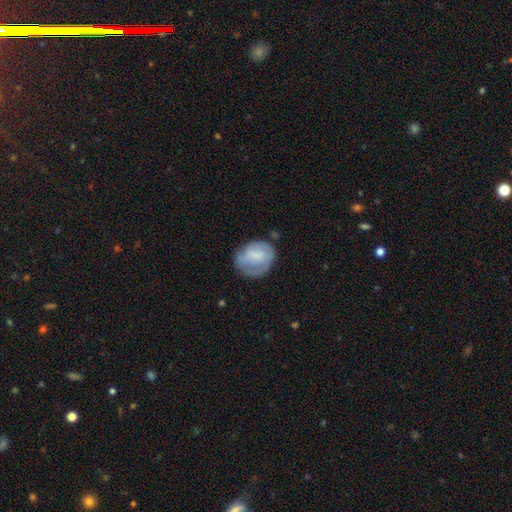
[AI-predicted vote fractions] The model was most divided on "merging": none: 53%, minor disturbance: 29%, major disturbance: 16%, merger: 3%. More confident: how rounded — round (64%); smooth or featured — smooth (63%).